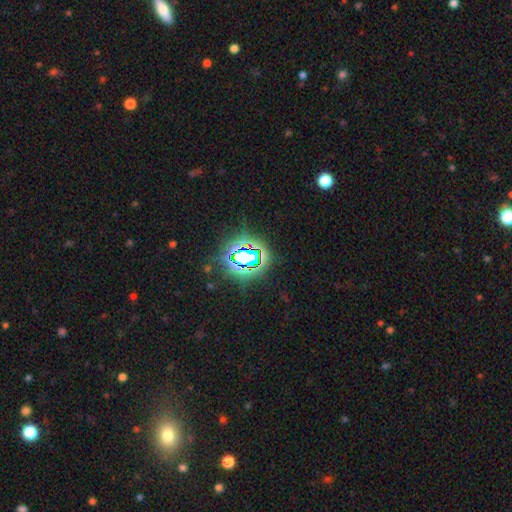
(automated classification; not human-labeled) This appears to be a star or artifact, not a galaxy (71%).